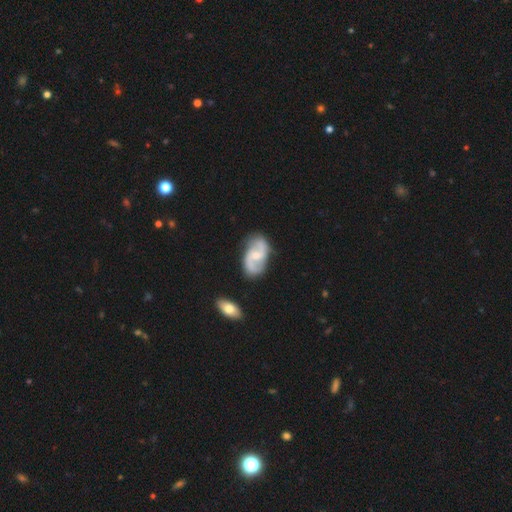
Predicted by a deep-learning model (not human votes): Smooth or featured?
  - featured or disk: 82% *
  - smooth: 14%
  - star or artifact: 5%
Edge-on disk?
  - no: 97% *
  - yes: 3%
Bar?
  - weak: 48% *
  - no: 42%
  - strong: 10%
Spiral arms?
  - yes: 95% *
  - no: 5%
Spiral winding?
  - medium: 47% *
  - loose: 39%
  - tight: 14%
Spiral arm count?
  - 2: 91% *
  - can't tell: 4%
  - 1: 2%
  - 3: 1%
  - 4: 1%
  - more than 4: 1%
Bulge size?
  - small: 50% *
  - moderate: 43%
  - none: 4%
  - large: 2%
  - dominant: 1%
Merging?
  - none: 77% *
  - minor disturbance: 15%
  - major disturbance: 4%
  - merger: 4%